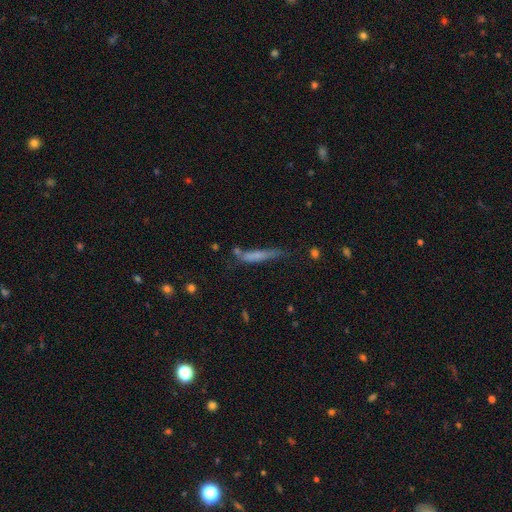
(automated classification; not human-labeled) smooth 62%, featured or disk 28%, star or artifact 10%. Down the decision tree: how rounded — cigar-shaped (89%); merging — none (51%).